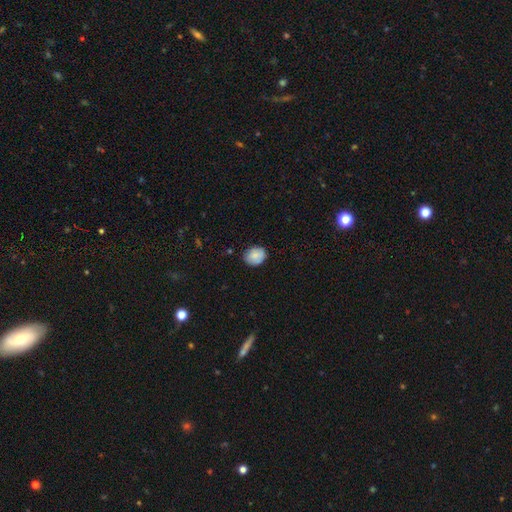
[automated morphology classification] smooth-or-featured: smooth: 83% | featured or disk: 9% | star or artifact: 8%
  how-rounded: round: 59% | in between: 40% | cigar-shaped: 1%
  merging: none: 79% | minor disturbance: 17% | major disturbance: 3% | merger: 1%